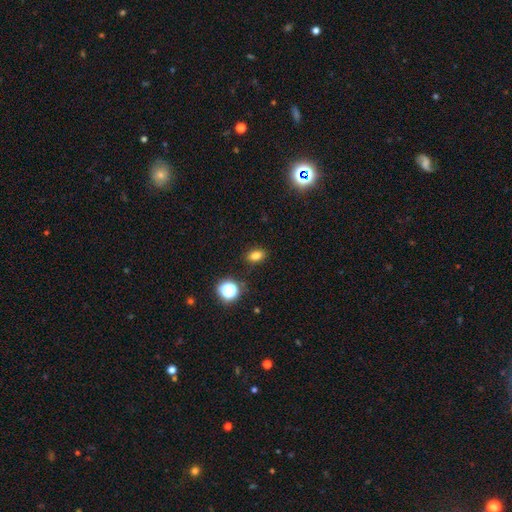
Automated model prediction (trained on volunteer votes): smooth 79%, star or artifact 15%, featured or disk 6%. Down the decision tree: how rounded — in between (78%); merging — none (87%).